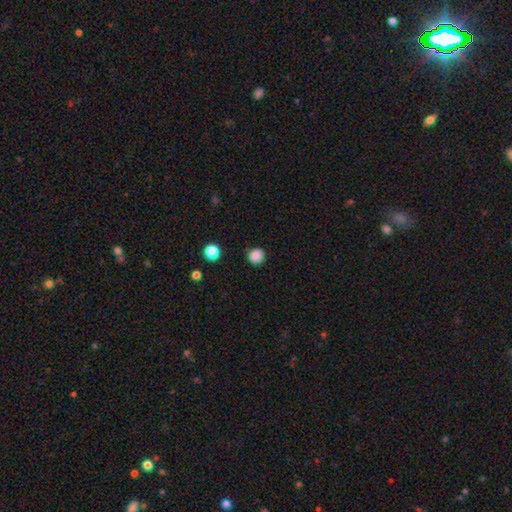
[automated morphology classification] Overall: smooth (86%). How rounded: round (90%). Merging: none (87%).